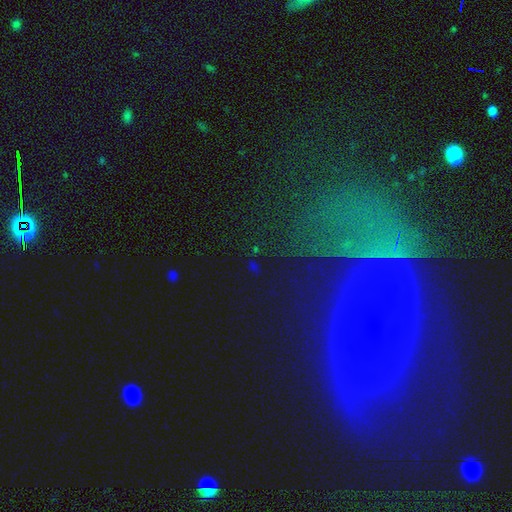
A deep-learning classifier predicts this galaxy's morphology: smooth-or-featured: featured or disk: 56% | star or artifact: 27% | smooth: 17%
  disk-edge-on: no: 90% | yes: 10%
    bar: no: 56% | weak: 27% | strong: 16%
    has-spiral-arms: yes: 71% | no: 29%
    bulge-size: small: 71% | moderate: 20% | none: 4% | large: 3% | dominant: 3%
  merging: none: 53% | major disturbance: 17% | minor disturbance: 17% | merger: 12%